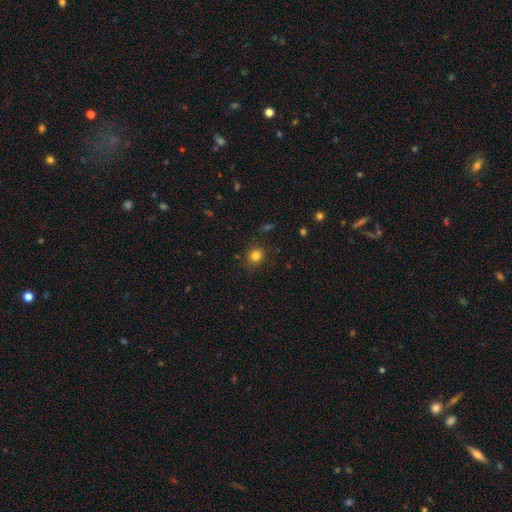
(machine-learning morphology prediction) Smooth or featured: smooth — 82% (star or artifact — 13%)
How rounded: round — 82% (in between — 17%)
Merging: none — 86% (minor disturbance — 10%)